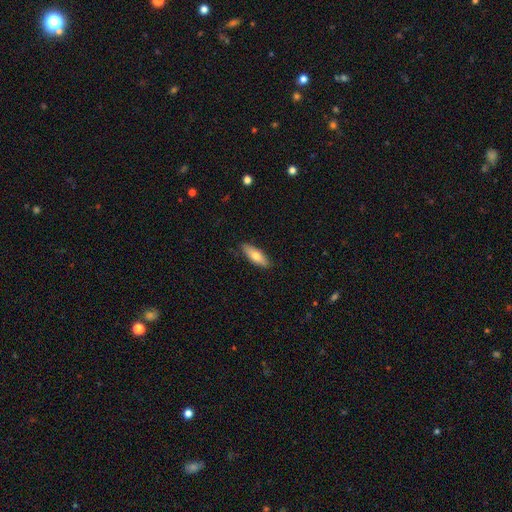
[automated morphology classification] smooth 72%, featured or disk 22%, star or artifact 6%. Down the decision tree: how rounded — in between (59%); merging — none (85%).